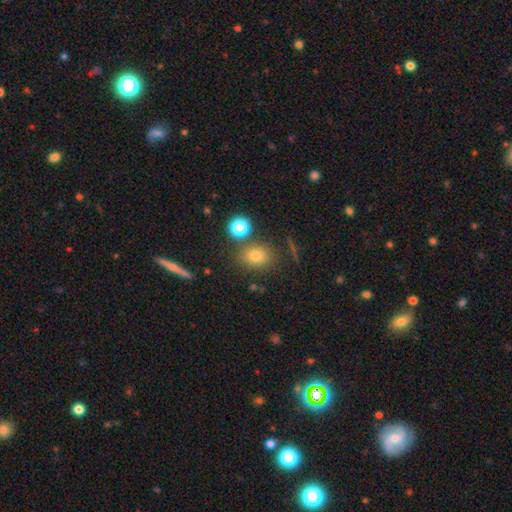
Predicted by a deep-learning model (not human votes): This appears to be a smooth galaxy with no disk features (73%) that is round (62%). Merging: none (78%).